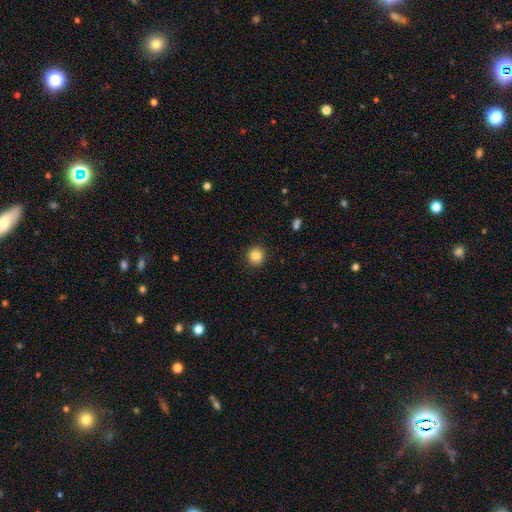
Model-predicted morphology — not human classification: Overall: smooth (85%). How rounded: round (94%). Merging: none (92%).